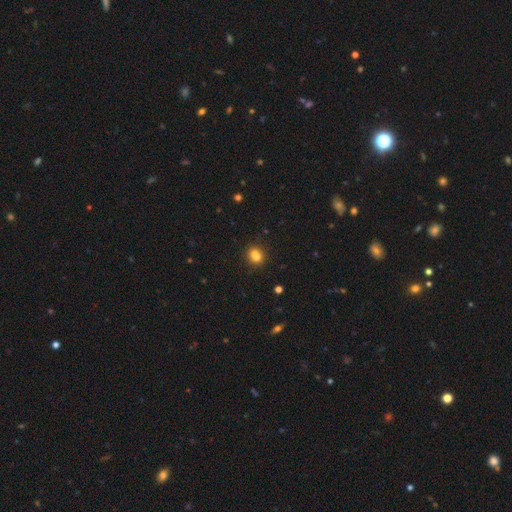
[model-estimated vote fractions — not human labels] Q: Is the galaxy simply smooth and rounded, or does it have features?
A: smooth — 75%.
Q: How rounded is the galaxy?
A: round — 55%.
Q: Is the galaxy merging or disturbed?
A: none — 51%.